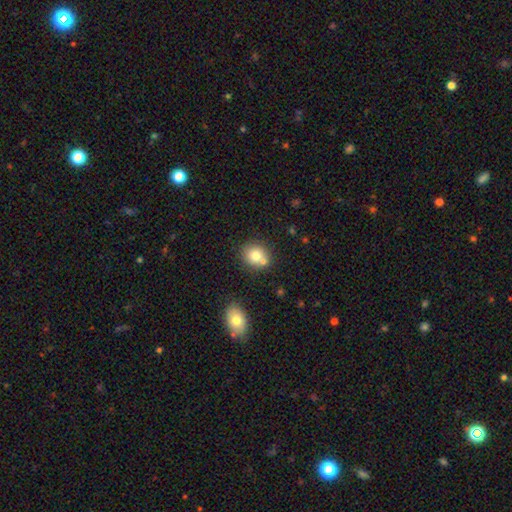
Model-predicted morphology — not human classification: Smooth or featured? Predicted: smooth (p=0.77). How rounded? Predicted: round (p=0.78). Merging? Predicted: none (p=0.56).